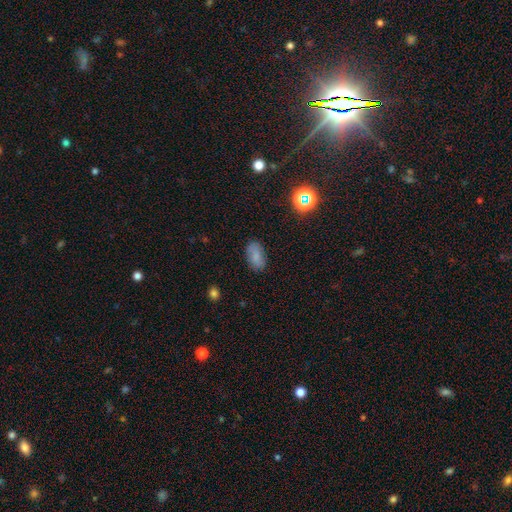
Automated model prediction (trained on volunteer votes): Morphology: type=smooth (79%); roundness=in between (92%); merging=none (81%).